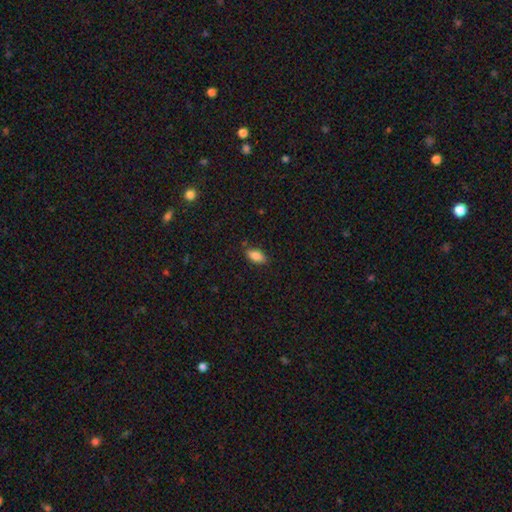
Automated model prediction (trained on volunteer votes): Q: Smooth or featured?
A: smooth (86%); runner-up: star or artifact (8%)
Q: How rounded?
A: in between (89%); runner-up: cigar-shaped (8%)
Q: Merging?
A: none (82%); runner-up: minor disturbance (13%)